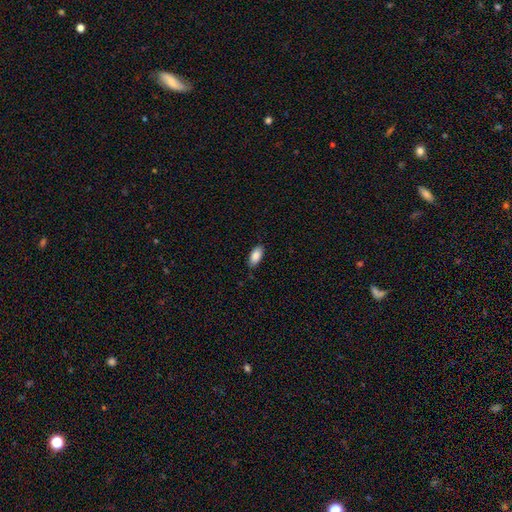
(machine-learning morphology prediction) smooth_or_featured: smooth (p=0.87) [alt: star or artifact p=0.07]
how_rounded: in between (p=0.91) [alt: cigar-shaped p=0.07]
merging: none (p=0.84) [alt: minor disturbance p=0.13]